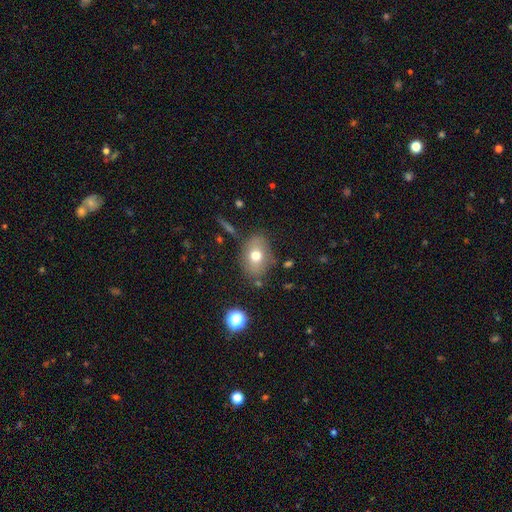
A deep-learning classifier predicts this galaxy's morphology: Overall: smooth (69%). How rounded: in between (70%). Merging: none (75%).